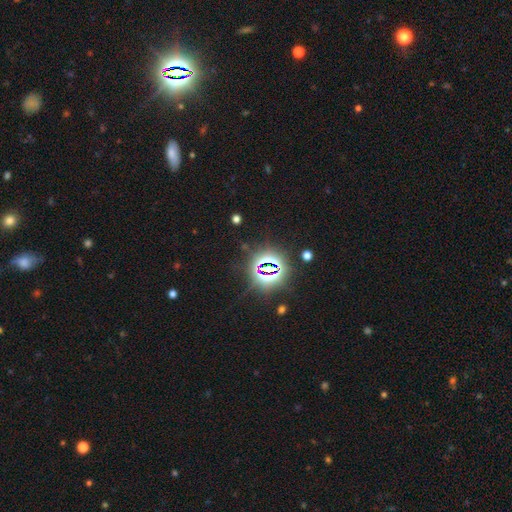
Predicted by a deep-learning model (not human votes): Smooth or featured? star or artifact (81%)